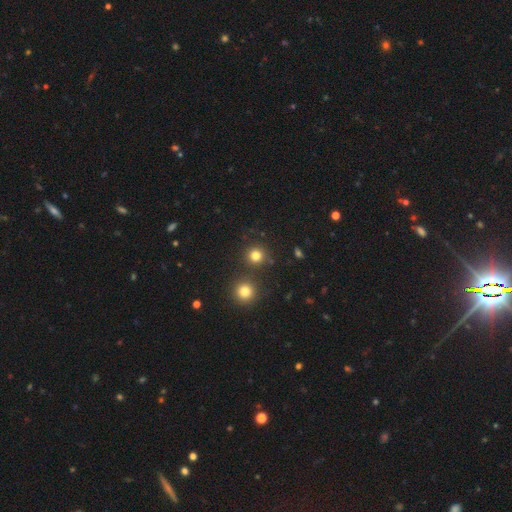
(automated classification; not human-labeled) Smooth or featured?
  - smooth: 79% *
  - star or artifact: 15%
  - featured or disk: 5%
How rounded?
  - round: 94% *
  - in between: 5%
  - cigar-shaped: 1%
Merging?
  - none: 82% *
  - merger: 8%
  - minor disturbance: 7%
  - major disturbance: 3%